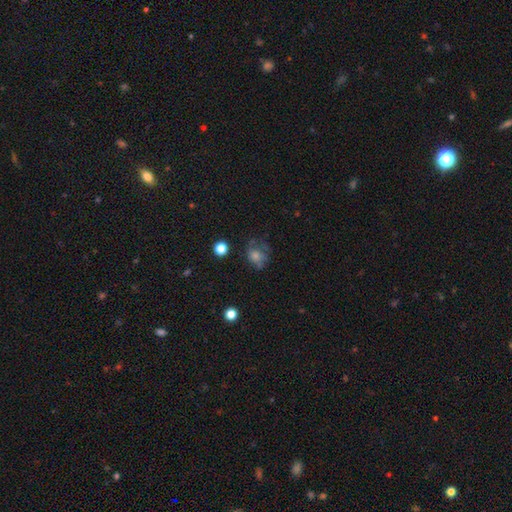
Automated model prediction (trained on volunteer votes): smooth-or-featured: smooth: 51% | featured or disk: 29% | star or artifact: 20%
  how-rounded: round: 61% | in between: 38% | cigar-shaped: 1%
  merging: none: 54% | minor disturbance: 24% | major disturbance: 20% | merger: 2%